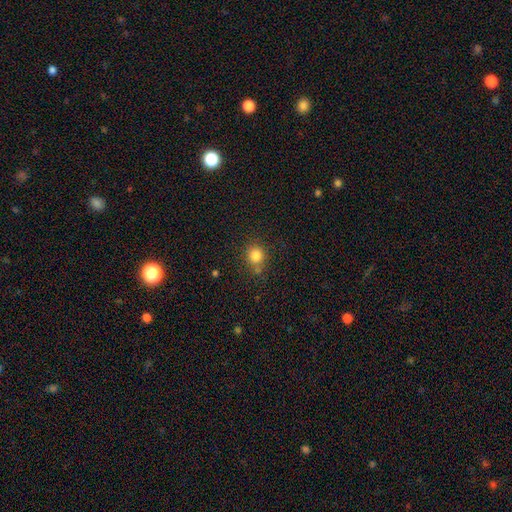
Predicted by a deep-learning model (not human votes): A smooth galaxy with no disk features (82%) that is round (87%).

Vote fractions:
- Smooth or featured? smooth: 82% / star or artifact: 12% / featured or disk: 6%
- How rounded? round: 87% / in between: 12% / cigar-shaped: 1%
- Merging? none: 73% / minor disturbance: 14% / merger: 9% / major disturbance: 4%